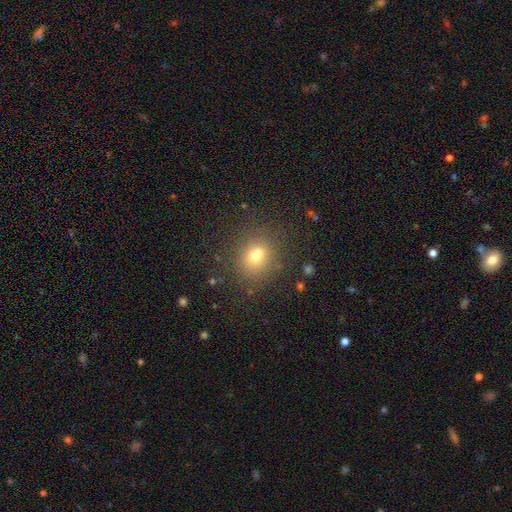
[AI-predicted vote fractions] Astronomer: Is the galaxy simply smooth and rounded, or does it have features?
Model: smooth — 70%.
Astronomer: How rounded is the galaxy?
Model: round — 66%.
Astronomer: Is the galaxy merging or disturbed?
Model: none — 76%.